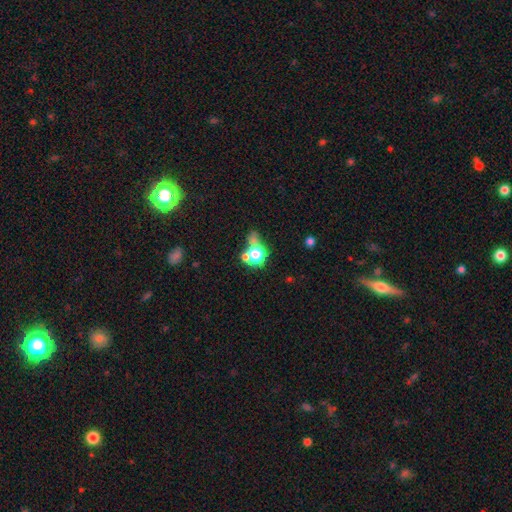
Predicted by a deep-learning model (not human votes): A smooth galaxy with no disk features (55%) that is round (77%).

Vote fractions:
- Smooth or featured? smooth: 55% / star or artifact: 33% / featured or disk: 13%
- How rounded? round: 77% / in between: 20% / cigar-shaped: 3%
- Merging? none: 48% / merger: 29% / minor disturbance: 12% / major disturbance: 11%